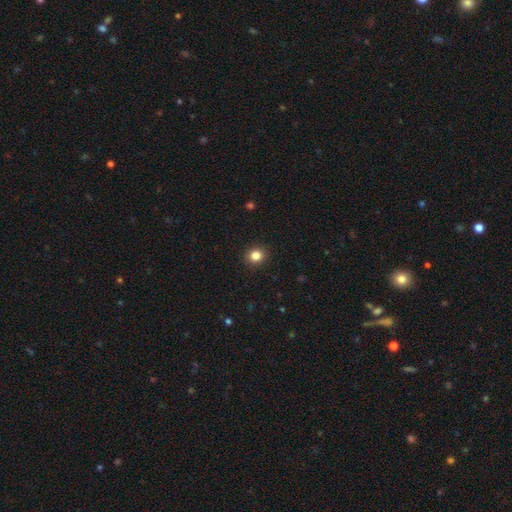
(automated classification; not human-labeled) smooth 84%, star or artifact 11%, featured or disk 5%. Down the decision tree: how rounded — round (83%); merging — none (92%).